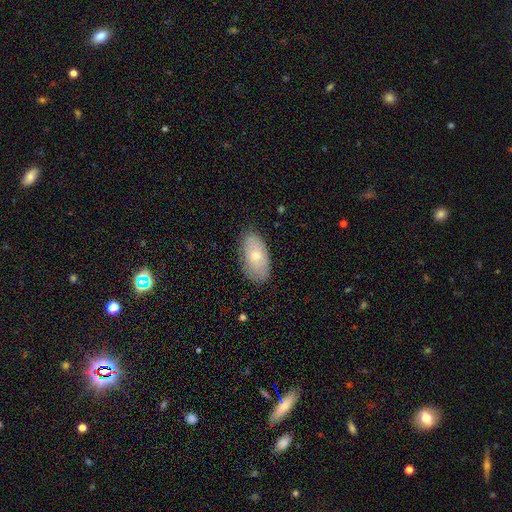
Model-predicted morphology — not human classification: A smooth galaxy with no disk features (59%) that is in between round and cigar-shaped (93%).

Vote fractions:
- Smooth or featured? smooth: 59% / featured or disk: 34% / star or artifact: 7%
- How rounded? in between: 93% / round: 4% / cigar-shaped: 3%
- Merging? none: 81% / minor disturbance: 15% / major disturbance: 3% / merger: 1%